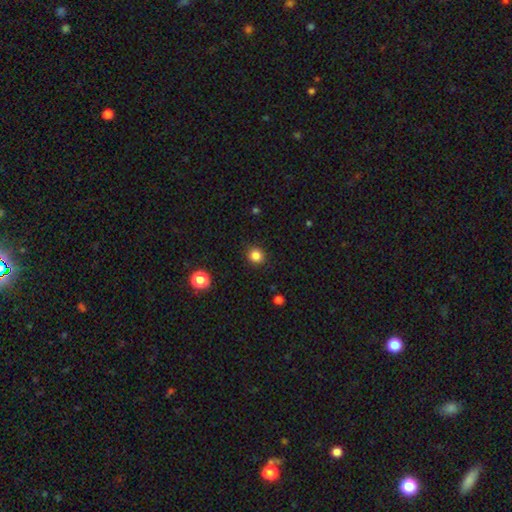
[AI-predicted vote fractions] This appears to be a smooth galaxy with no disk features (84%) that is round (87%). Merging: none (91%).